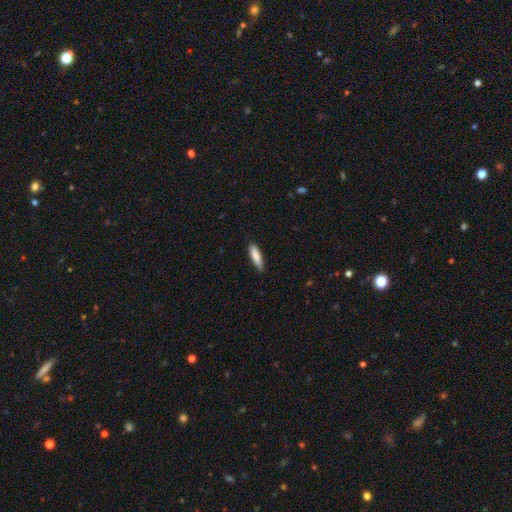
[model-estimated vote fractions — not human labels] smooth_or_featured: smooth (p=0.84) [alt: featured or disk p=0.10]
how_rounded: cigar-shaped (p=0.65) [alt: in between p=0.33]
merging: none (p=0.82) [alt: minor disturbance p=0.15]